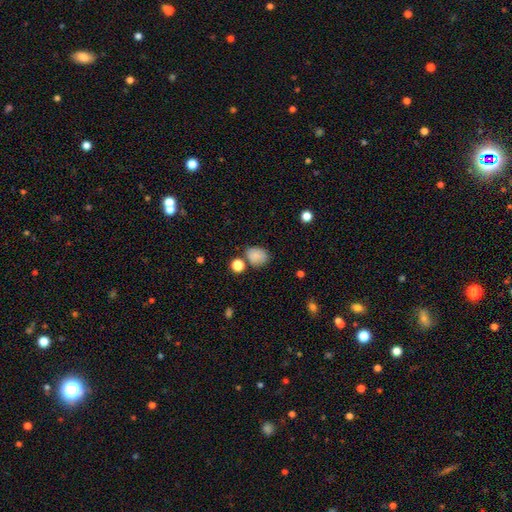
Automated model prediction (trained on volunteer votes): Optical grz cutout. It shows a smooth galaxy with no disk features (85%) that is round (52%). Merging: none (69%).